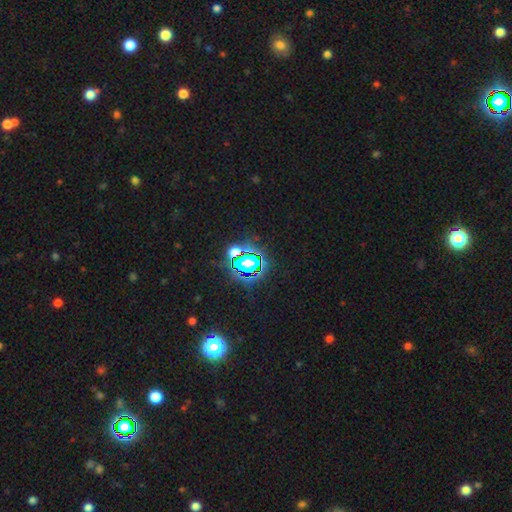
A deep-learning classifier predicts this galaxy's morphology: A star or artifact, not a galaxy (74%).